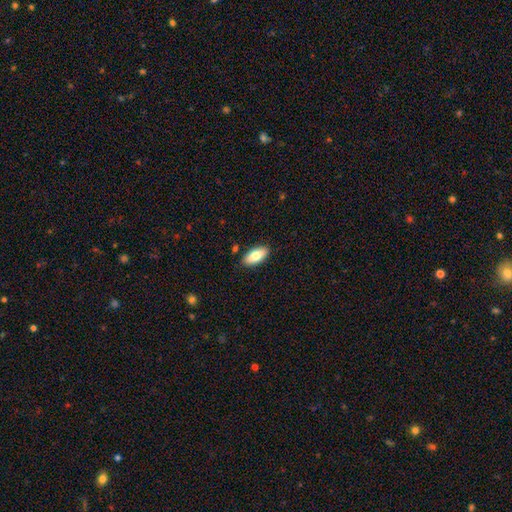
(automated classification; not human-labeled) Overall: smooth (78%). How rounded: in between (88%). Merging: none (87%).